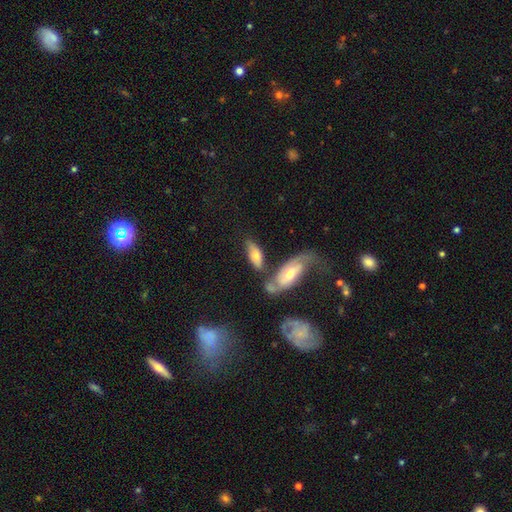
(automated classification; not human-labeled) smooth-or-featured: smooth: 59% | featured or disk: 34% | star or artifact: 6%
  how-rounded: in between: 78% | cigar-shaped: 19% | round: 3%
  merging: none: 43% | merger: 31% | minor disturbance: 17% | major disturbance: 9%